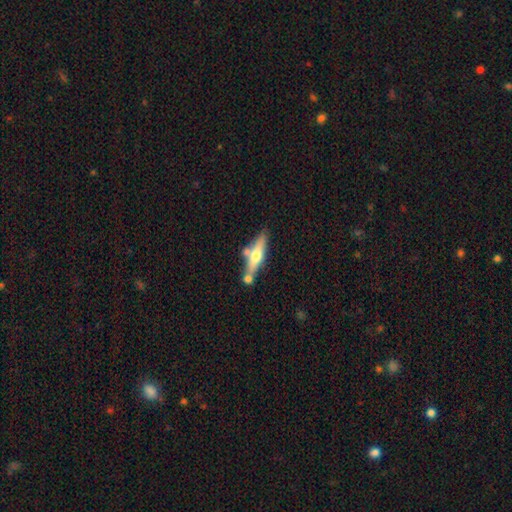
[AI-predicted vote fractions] Q: Smooth or featured?
A: featured or disk (50%); runner-up: smooth (44%)
Q: Edge-on disk?
A: yes (87%); runner-up: no (13%)
Q: Merging?
A: none (58%); runner-up: merger (23%)